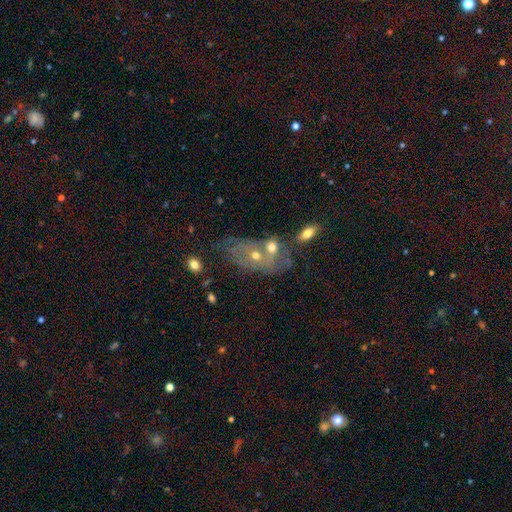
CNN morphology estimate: This appears to be a smooth galaxy with no disk features (45%). Merging: merger (53%).